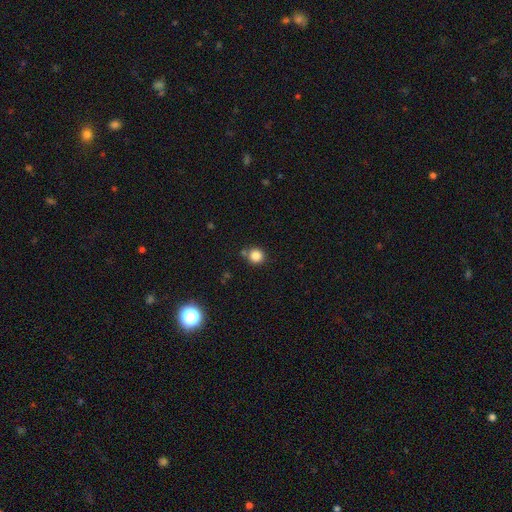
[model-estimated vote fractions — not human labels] smooth_or_featured: smooth (p=0.84) [alt: star or artifact p=0.12]
how_rounded: round (p=0.92) [alt: in between p=0.07]
merging: none (p=0.76) [alt: merger p=0.11]